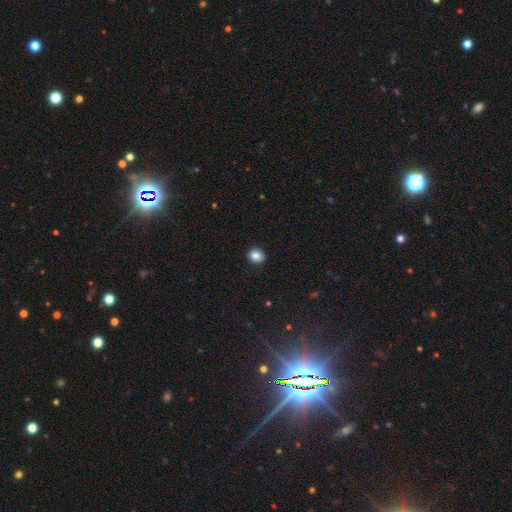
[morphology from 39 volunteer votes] smooth 82%, star or artifact 10%, featured or disk 8%. Down the decision tree: how rounded — round (72%); merging — none (89%).